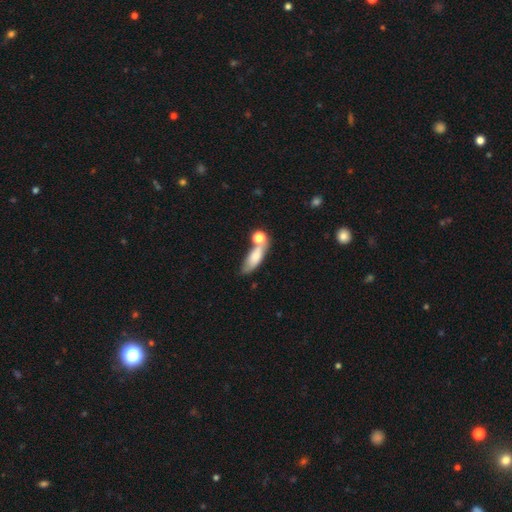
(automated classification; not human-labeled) A smooth galaxy with no disk features (71%) that is in between round and cigar-shaped (60%). Merging: none (44%).